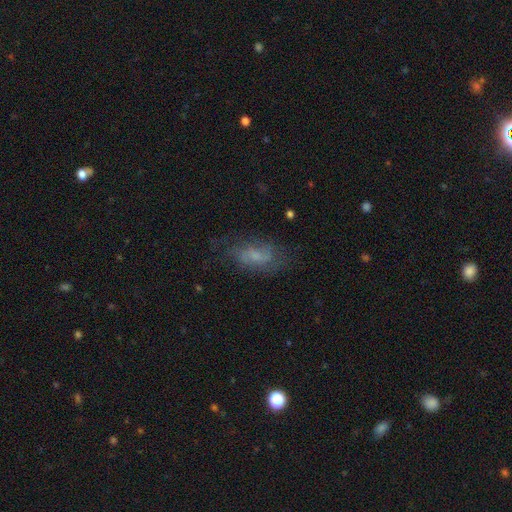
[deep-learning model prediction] This appears to be a featured or disk galaxy (50%). Merging: none (62%).